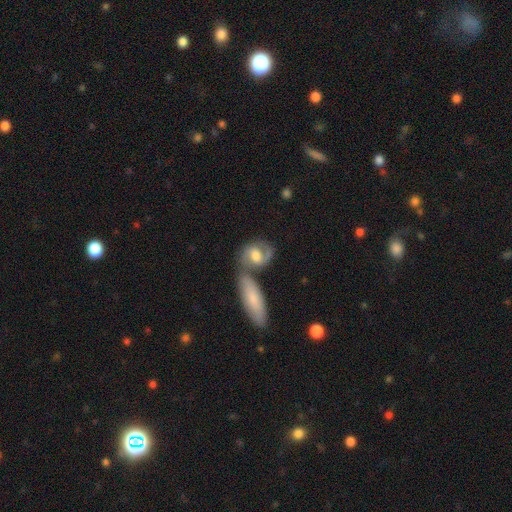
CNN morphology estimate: Smooth or featured? featured or disk (66%)
Edge-on disk? no (94%)
Bar? no (48%)
Spiral arms? yes (90%)
Spiral winding? medium (52%)
Spiral arm count? 2 (81%)
Bulge size? moderate (58%)
Merging? none (40%)